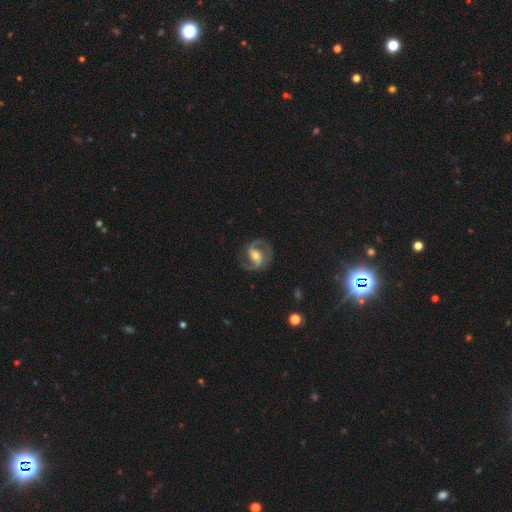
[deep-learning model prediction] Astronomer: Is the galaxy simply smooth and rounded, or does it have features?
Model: featured or disk — 89%.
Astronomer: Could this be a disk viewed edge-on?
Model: no — 98%.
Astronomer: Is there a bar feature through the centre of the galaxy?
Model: strong — 40% (runner-up: weak, 38%).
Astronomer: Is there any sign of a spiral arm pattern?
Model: yes — 96%.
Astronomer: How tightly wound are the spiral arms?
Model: medium — 60%.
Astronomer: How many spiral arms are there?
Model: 2 — 92%.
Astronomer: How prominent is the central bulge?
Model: moderate — 59%.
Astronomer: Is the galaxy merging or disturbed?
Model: none — 80%.